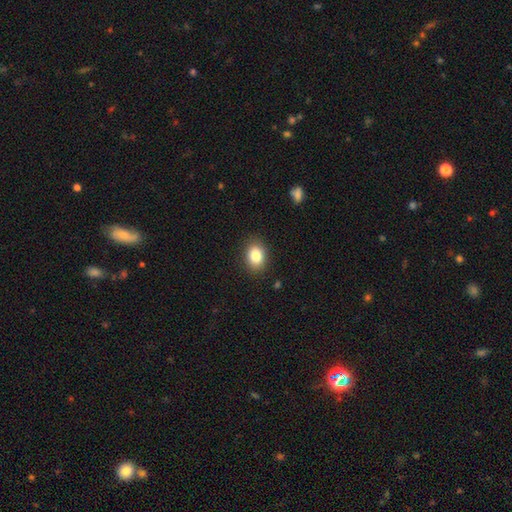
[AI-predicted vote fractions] smooth 85%, star or artifact 9%, featured or disk 6%. Down the decision tree: how rounded — in between (67%); merging — none (88%).